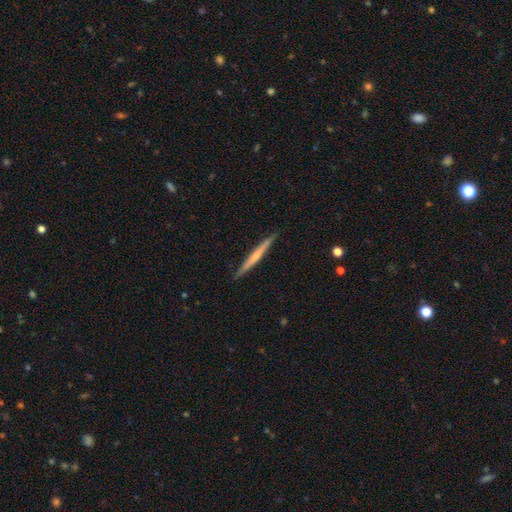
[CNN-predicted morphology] Smooth or featured: featured or disk — 52% (smooth — 43%)
Edge-on disk: yes — 97% (no — 3%)
Edge-on bulge: none — 59% (rounded — 35%)
Merging: none — 90% (minor disturbance — 7%)